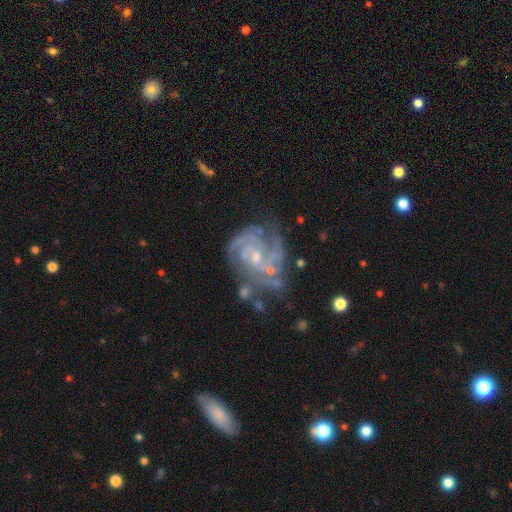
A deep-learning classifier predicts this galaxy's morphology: Overall: featured or disk (89%). Edge-on disk: no (98%). Bar: no (53%; weak 38%). Spiral arms: yes (97%). Spiral arm count: 3 (34%; 2 23%). Spiral winding: tight (56%; medium 38%). Bulge size: small (66%). Merging: none (57%; minor disturbance 21%).